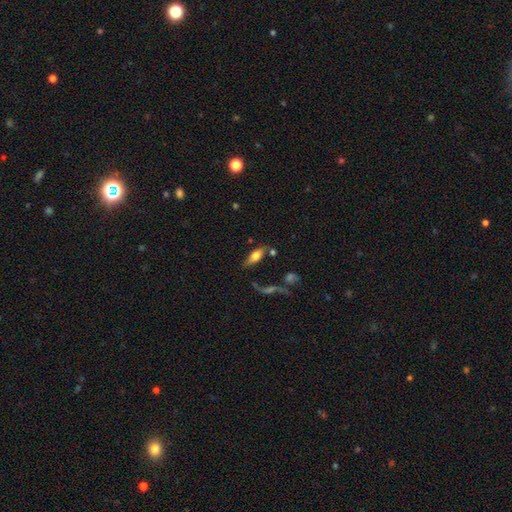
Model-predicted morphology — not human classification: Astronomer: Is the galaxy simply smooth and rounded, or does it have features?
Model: smooth — 64%.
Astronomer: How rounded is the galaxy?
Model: in between — 72%.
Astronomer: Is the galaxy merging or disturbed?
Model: none — 69%.